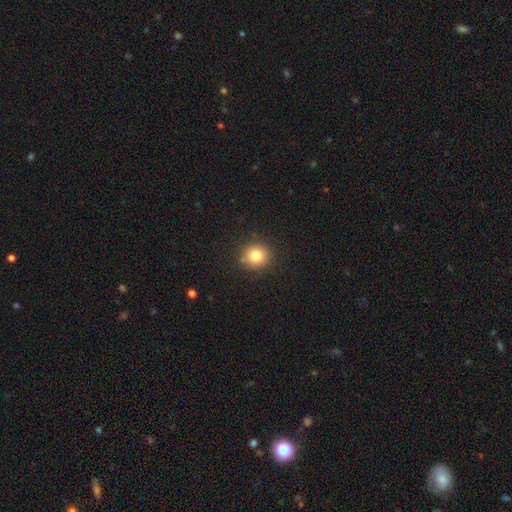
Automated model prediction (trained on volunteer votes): Smooth or featured?
  - smooth: 81% *
  - star or artifact: 12%
  - featured or disk: 7%
How rounded?
  - round: 91% *
  - in between: 8%
  - cigar-shaped: 1%
Merging?
  - none: 90% *
  - minor disturbance: 7%
  - major disturbance: 2%
  - merger: 1%